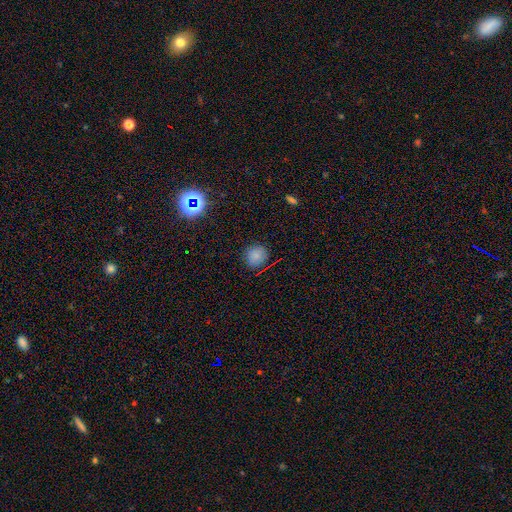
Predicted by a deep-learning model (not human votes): Smooth or featured? smooth (80%)
How rounded? round (82%)
Merging? none (84%)